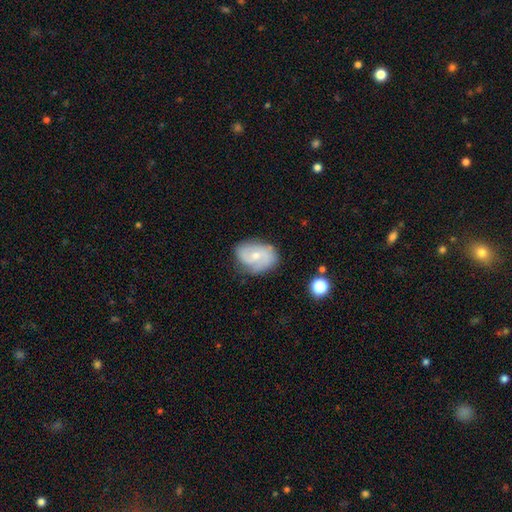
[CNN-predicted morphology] Smooth or featured? featured or disk (57%)
Edge-on disk? no (96%)
Bar? no (64%)
Spiral arms? yes (80%)
Bulge size? small (57%)
Merging? none (68%)